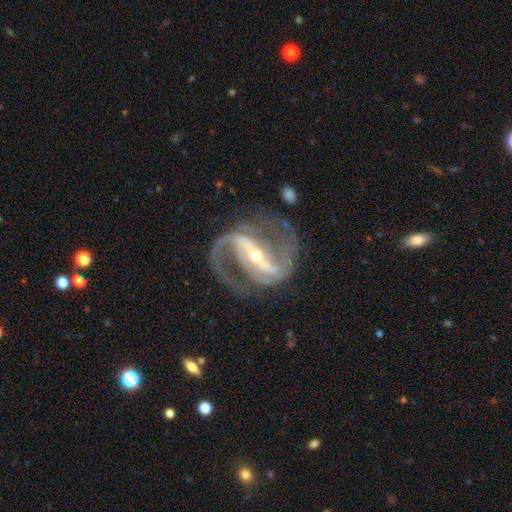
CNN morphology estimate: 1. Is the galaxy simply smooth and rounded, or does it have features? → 93% featured or disk, 5% star or artifact, 2% smooth.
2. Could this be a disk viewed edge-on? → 97% no, 3% yes.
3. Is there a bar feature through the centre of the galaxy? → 76% strong, 17% weak, 7% no.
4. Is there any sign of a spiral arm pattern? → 98% yes, 2% no.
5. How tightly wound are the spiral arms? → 60% medium, 26% loose, 14% tight.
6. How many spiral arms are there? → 93% 2, 2% 3, 2% can't tell, 1% 1, 1% 4, 1% more than 4.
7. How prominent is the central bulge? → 63% small, 33% moderate, 2% large, 1% none, 1% dominant.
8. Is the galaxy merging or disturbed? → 75% none, 14% minor disturbance, 10% major disturbance, 2% merger.